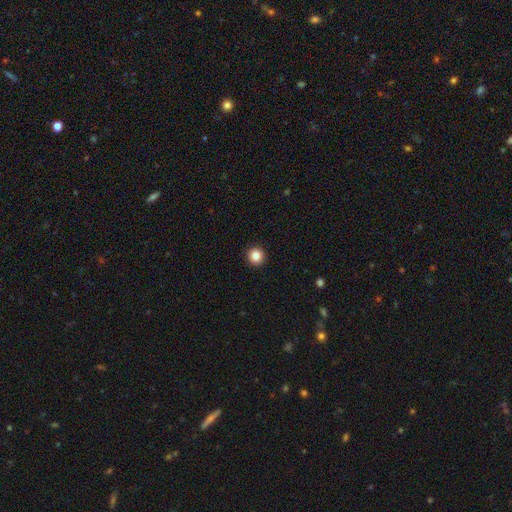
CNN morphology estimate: Smooth or featured? smooth (85%)
How rounded? round (95%)
Merging? none (94%)